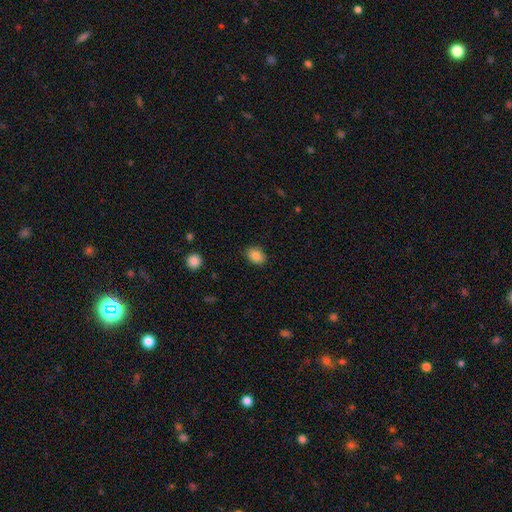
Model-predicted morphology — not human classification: Smooth or featured? Predicted: smooth (p=0.86). How rounded? Predicted: in between (p=0.70). Merging? Predicted: none (p=0.88).